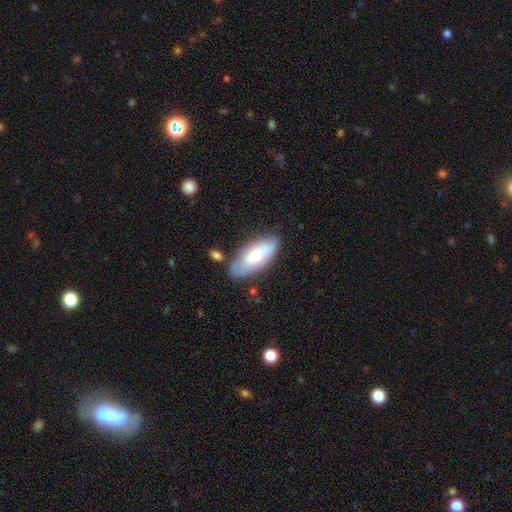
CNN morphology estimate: A smooth galaxy with no disk features (65%) that is in between round and cigar-shaped (86%). Merging: none (71%).